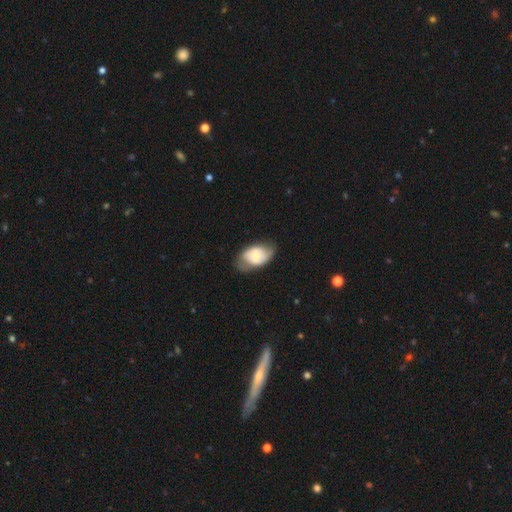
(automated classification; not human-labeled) The model was most divided on "smooth or featured": smooth: 48%, featured or disk: 45%, star or artifact: 6%. More confident: merging — none (65%).